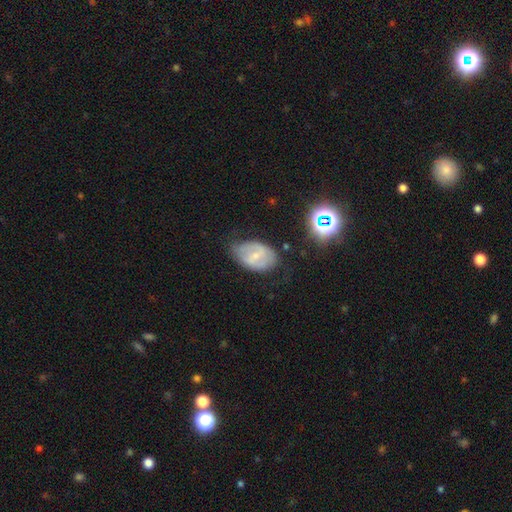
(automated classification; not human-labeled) Overall: featured or disk (50%; smooth 40%). Merging: none (58%; minor disturbance 30%).